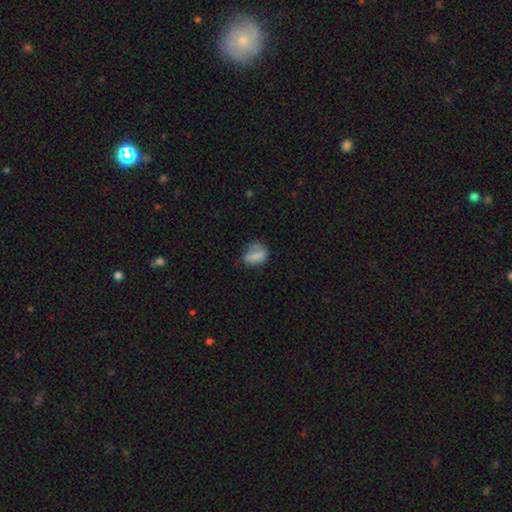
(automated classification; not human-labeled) Smooth or featured? Predicted: smooth (p=0.72). How rounded? Predicted: in between (p=0.68). Merging? Predicted: none (p=0.44).